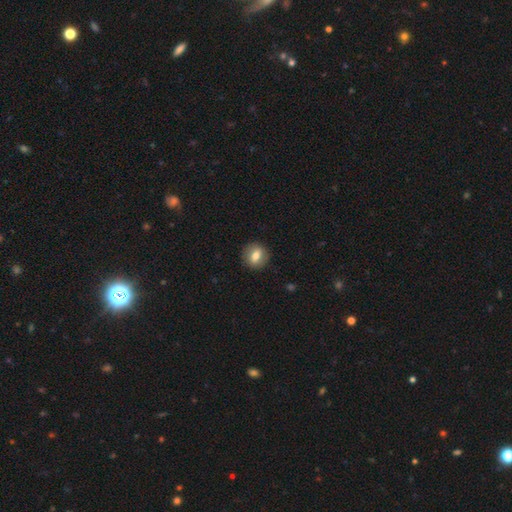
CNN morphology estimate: This appears to be a smooth galaxy with no disk features (73%) that is round (74%). Merging: none (88%).